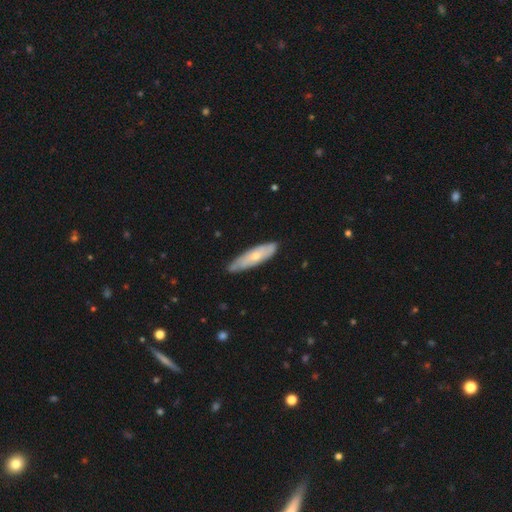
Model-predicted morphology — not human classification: A smooth galaxy with no disk features (50%).

Vote fractions:
- Smooth or featured? smooth: 50% / featured or disk: 45% / star or artifact: 6%
- Merging? none: 78% / minor disturbance: 18% / major disturbance: 3% / merger: 1%